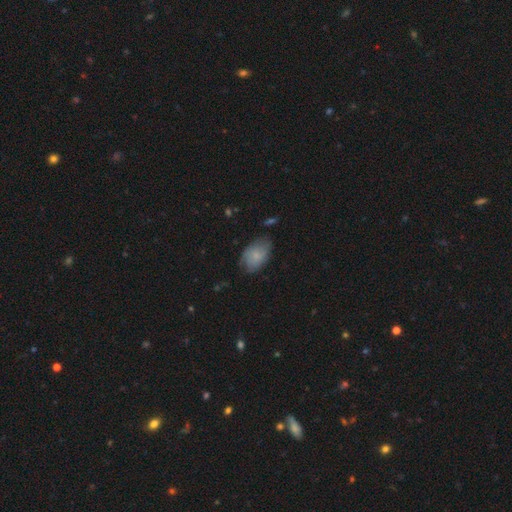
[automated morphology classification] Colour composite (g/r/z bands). It shows a smooth galaxy with no disk features (76%) that is in between round and cigar-shaped (89%). Merging: none (64%).